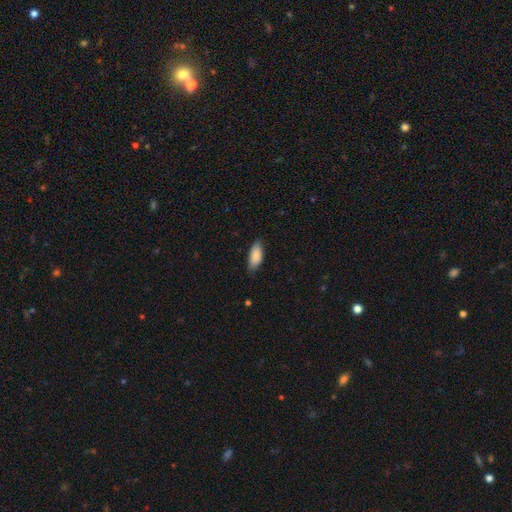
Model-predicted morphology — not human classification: A smooth galaxy with no disk features (87%) that is in between round and cigar-shaped (84%). Merging: none (75%).